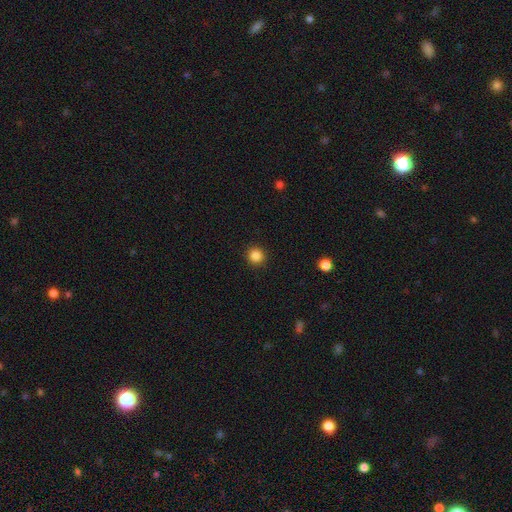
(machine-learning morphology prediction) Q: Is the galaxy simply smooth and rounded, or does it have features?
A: smooth — 86%.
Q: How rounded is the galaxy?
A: round — 95%.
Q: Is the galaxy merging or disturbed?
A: none — 93%.